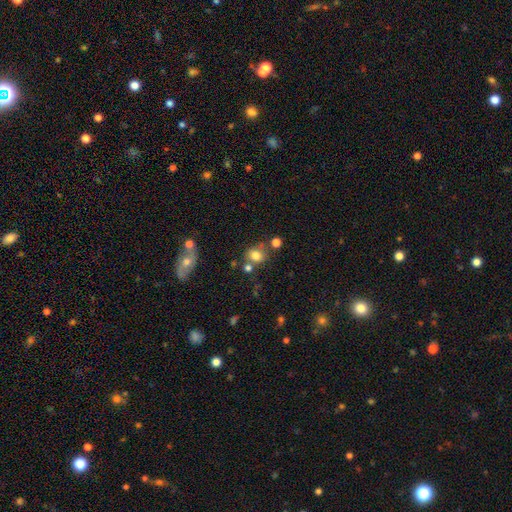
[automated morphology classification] smooth 78%, star or artifact 13%, featured or disk 10%. Down the decision tree: how rounded — round (64%); merging — none (61%).